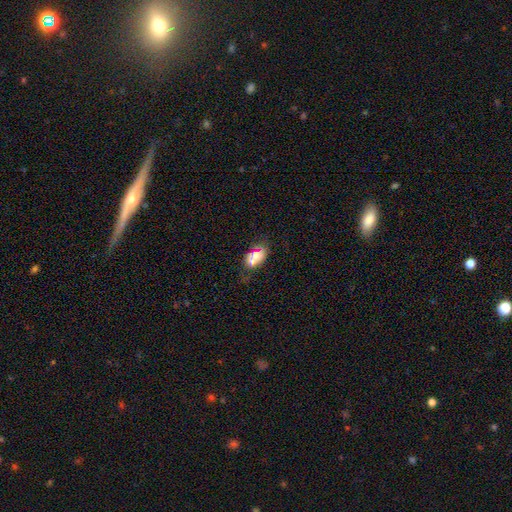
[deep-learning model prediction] smooth-or-featured: smooth: 59% | featured or disk: 23% | star or artifact: 19%
  how-rounded: in between: 82% | round: 14% | cigar-shaped: 4%
  merging: none: 58% | minor disturbance: 19% | merger: 14% | major disturbance: 8%